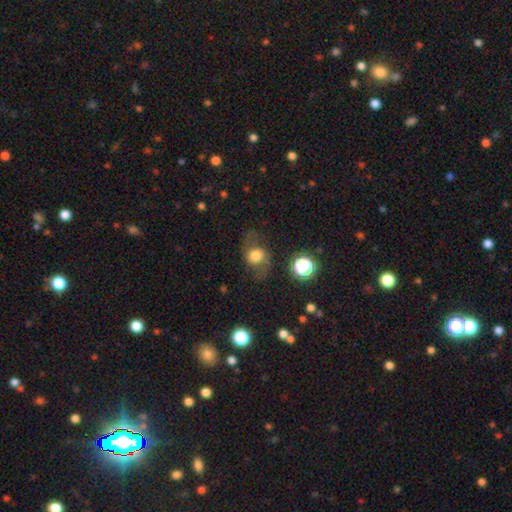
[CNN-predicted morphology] smooth 59%, featured or disk 30%, star or artifact 12%. Down the decision tree: how rounded — round (54%); merging — none (64%).